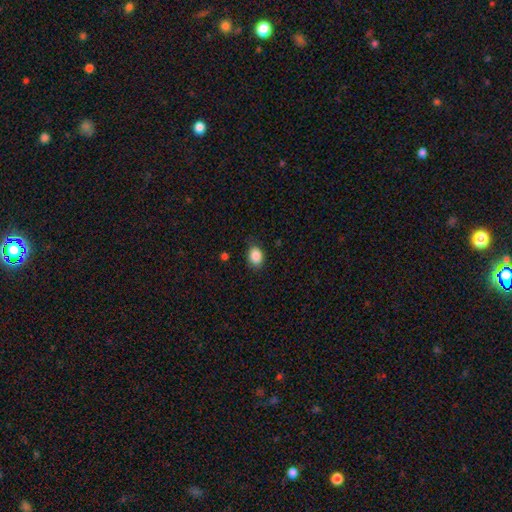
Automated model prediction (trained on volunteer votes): Q: Smooth or featured?
A: smooth (87%); runner-up: star or artifact (8%)
Q: How rounded?
A: in between (67%); runner-up: round (32%)
Q: Merging?
A: none (80%); runner-up: minor disturbance (15%)